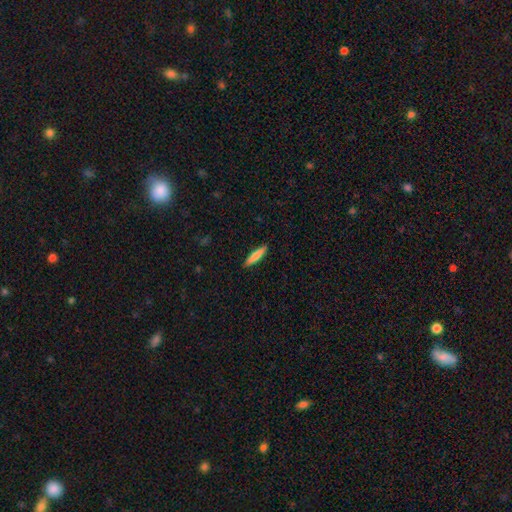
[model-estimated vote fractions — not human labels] Smooth or featured? smooth (77%)
How rounded? cigar-shaped (86%)
Merging? none (90%)